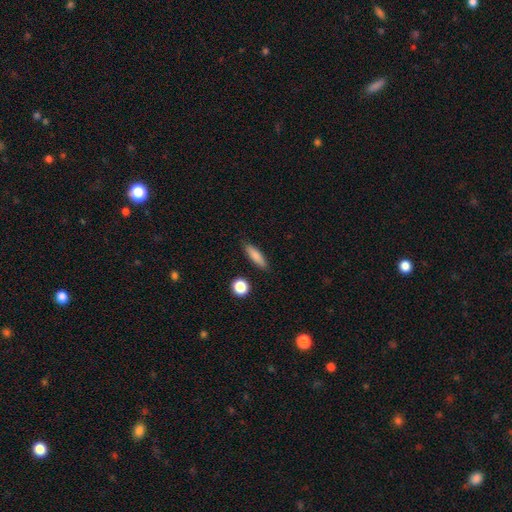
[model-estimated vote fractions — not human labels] Q: Smooth or featured?
A: smooth (81%); runner-up: featured or disk (11%)
Q: How rounded?
A: cigar-shaped (63%); runner-up: in between (33%)
Q: Merging?
A: none (86%); runner-up: minor disturbance (9%)